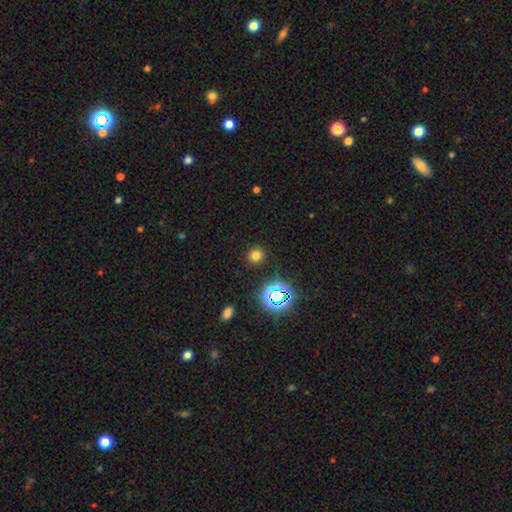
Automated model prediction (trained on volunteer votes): Morphology: type=smooth (72%); roundness=round (90%); merging=none (90%).